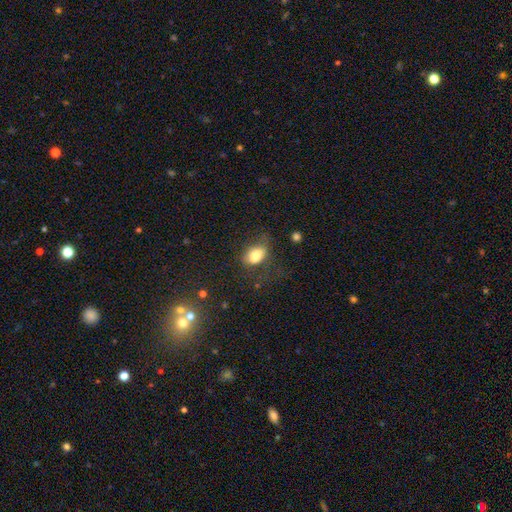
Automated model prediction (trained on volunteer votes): Smooth or featured: smooth — 78% (featured or disk — 13%)
How rounded: in between — 86% (round — 12%)
Merging: none — 42% (minor disturbance — 28%)